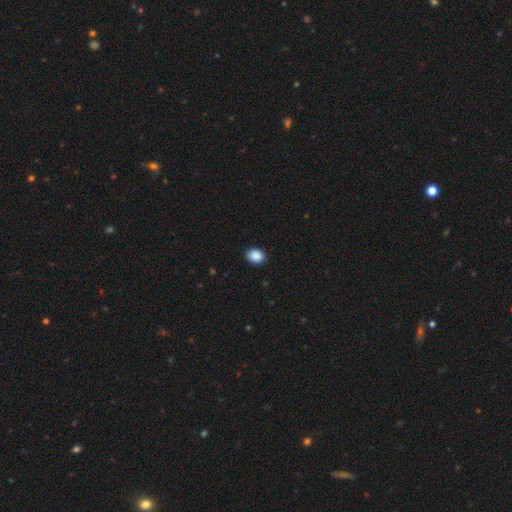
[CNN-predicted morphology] The model was most divided on "how rounded": in between: 61%, round: 38%, cigar-shaped: 1%. More confident: smooth or featured — smooth (89%); merging — none (88%).